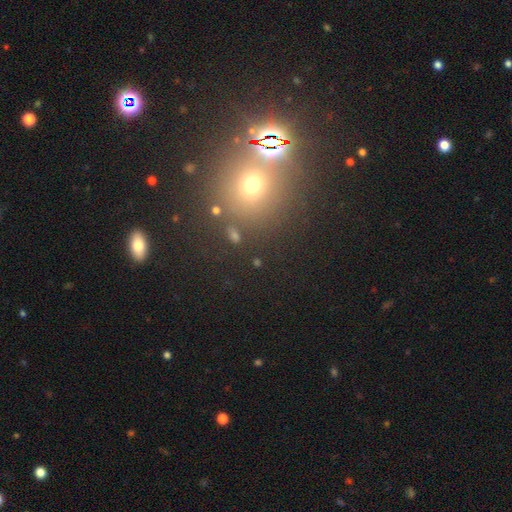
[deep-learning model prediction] Overall: star or artifact (53%; smooth 37%).